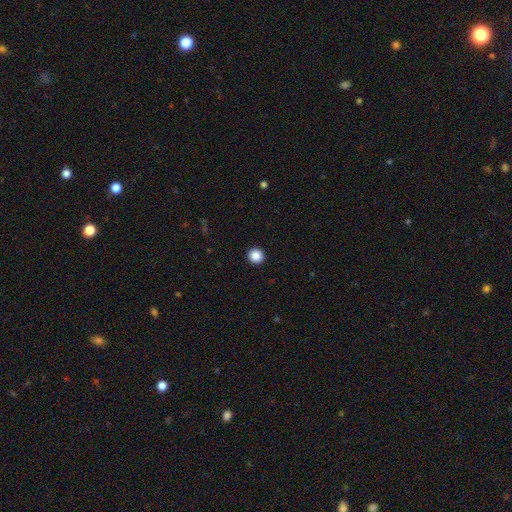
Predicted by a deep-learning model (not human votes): A smooth galaxy with no disk features (88%) that is round (96%).

Vote fractions:
- Smooth or featured? smooth: 88% / star or artifact: 10% / featured or disk: 3%
- How rounded? round: 96% / in between: 3% / cigar-shaped: 1%
- Merging? none: 94% / minor disturbance: 4% / major disturbance: 1% / merger: 1%